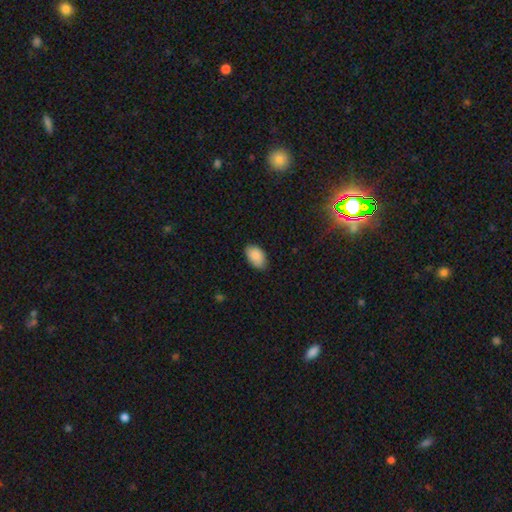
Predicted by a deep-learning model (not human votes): smooth_or_featured: smooth (p=0.89) [alt: star or artifact p=0.07]
how_rounded: in between (p=0.93) [alt: round p=0.06]
merging: none (p=0.84) [alt: minor disturbance p=0.12]